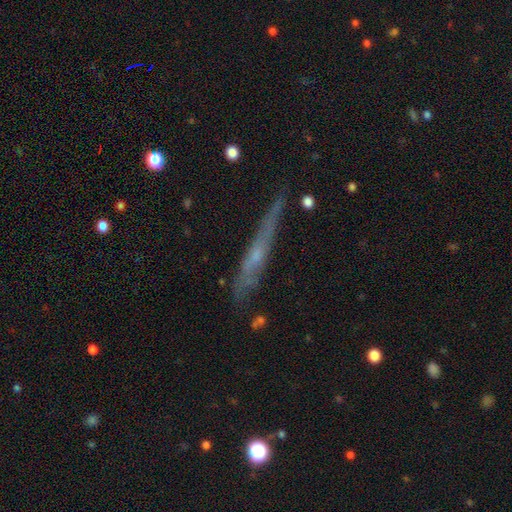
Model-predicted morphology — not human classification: smooth_or_featured: featured or disk (p=0.59) [alt: smooth p=0.33]
disk_edge_on: yes (p=0.87) [alt: no p=0.13]
edge_on_bulge: none (p=0.57) [alt: rounded p=0.38]
merging: none (p=0.73) [alt: minor disturbance p=0.20]